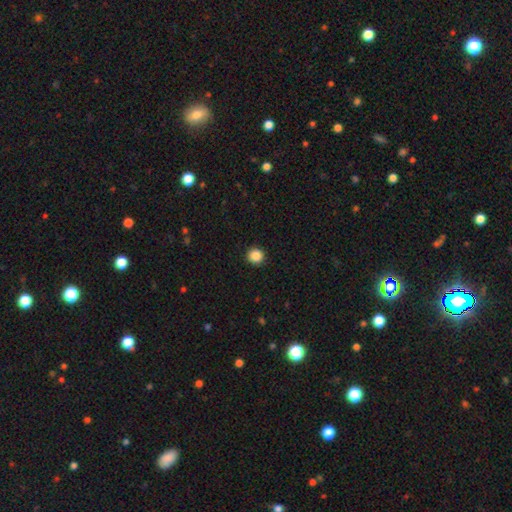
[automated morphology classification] A smooth galaxy with no disk features (87%) that is round (95%).

Vote fractions:
- Smooth or featured? smooth: 87% / star or artifact: 10% / featured or disk: 3%
- How rounded? round: 95% / in between: 4% / cigar-shaped: 1%
- Merging? none: 93% / minor disturbance: 5% / major disturbance: 2% / merger: 1%